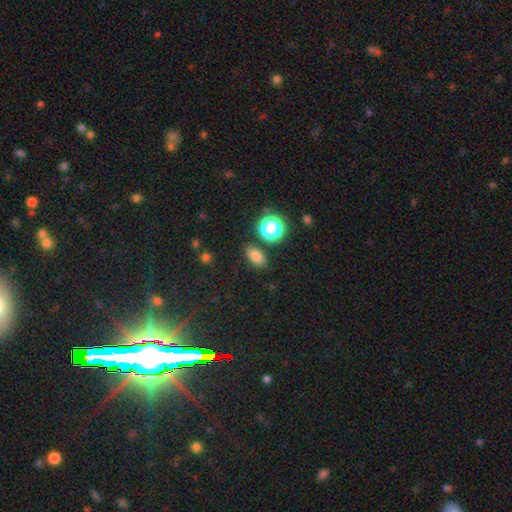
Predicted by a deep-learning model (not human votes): smooth-or-featured: smooth: 76% | star or artifact: 16% | featured or disk: 7%
  how-rounded: in between: 81% | round: 16% | cigar-shaped: 3%
  merging: none: 84% | minor disturbance: 10% | merger: 4% | major disturbance: 3%